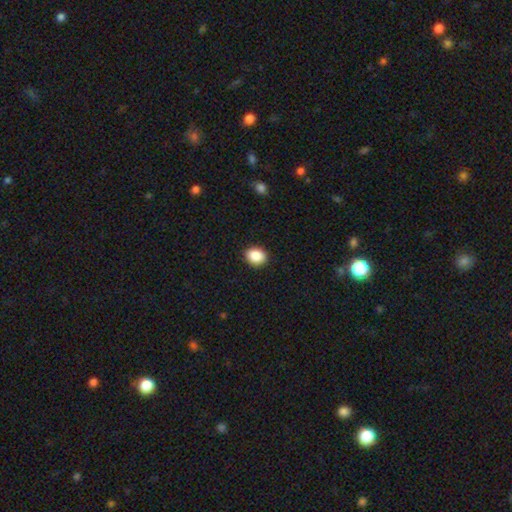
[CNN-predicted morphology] A smooth galaxy with no disk features (88%) that is round (53%). Merging: none (91%).